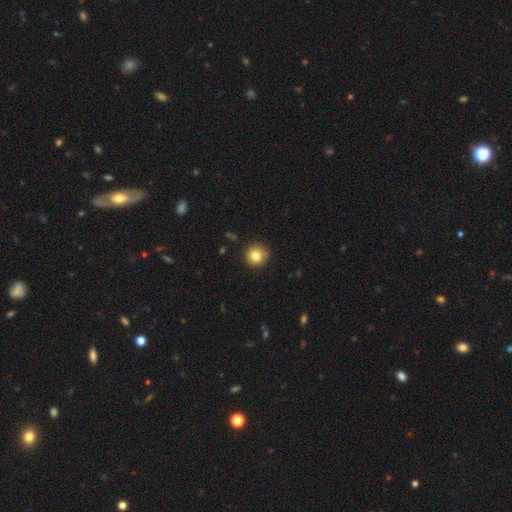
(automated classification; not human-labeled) smooth 82%, star or artifact 10%, featured or disk 8%. Down the decision tree: how rounded — round (94%); merging — none (87%).